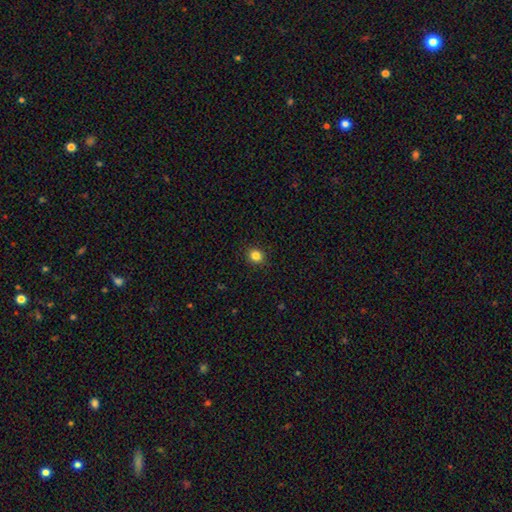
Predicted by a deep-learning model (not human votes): Smooth or featured: smooth — 84% (star or artifact — 12%)
How rounded: round — 83% (in between — 16%)
Merging: none — 91% (minor disturbance — 6%)